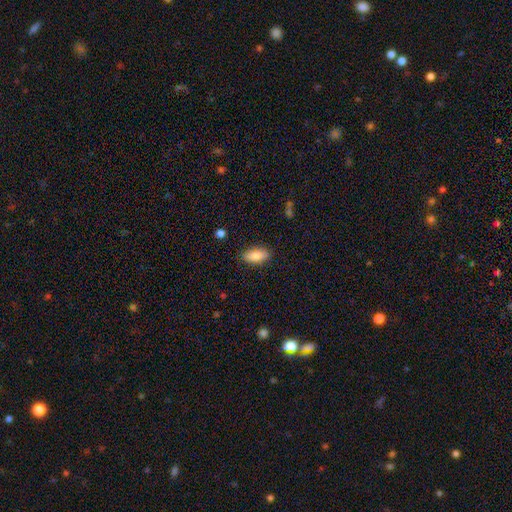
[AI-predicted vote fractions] Q: Smooth or featured?
A: smooth (84%); runner-up: featured or disk (9%)
Q: How rounded?
A: in between (87%); runner-up: cigar-shaped (10%)
Q: Merging?
A: none (85%); runner-up: minor disturbance (11%)